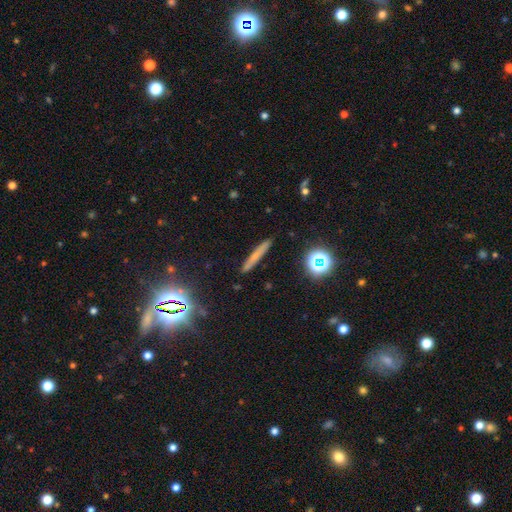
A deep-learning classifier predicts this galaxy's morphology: A smooth galaxy with no disk features (56%) that is cigar-shaped (92%). Merging: none (88%).